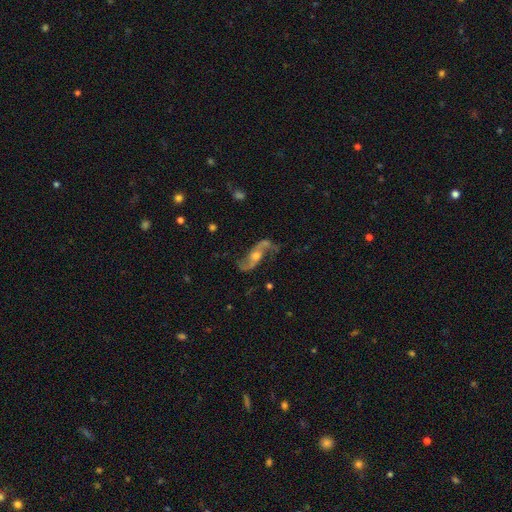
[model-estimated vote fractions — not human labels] Q: Smooth or featured?
A: featured or disk (86%); runner-up: smooth (7%)
Q: Edge-on disk?
A: no (92%); runner-up: yes (8%)
Q: Bar?
A: no (56%); runner-up: weak (32%)
Q: Spiral arms?
A: yes (94%); runner-up: no (6%)
Q: Spiral winding?
A: loose (80%); runner-up: medium (16%)
Q: Spiral arm count?
A: 2 (93%); runner-up: can't tell (2%)
Q: Bulge size?
A: moderate (60%); runner-up: small (24%)
Q: Merging?
A: none (68%); runner-up: minor disturbance (16%)